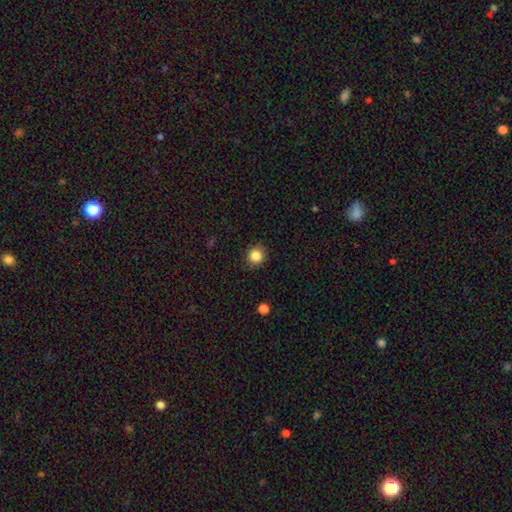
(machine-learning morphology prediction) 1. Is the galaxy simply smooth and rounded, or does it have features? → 85% smooth, 11% star or artifact, 4% featured or disk.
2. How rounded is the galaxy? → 89% round, 10% in between, 1% cigar-shaped.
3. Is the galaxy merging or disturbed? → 89% none, 8% minor disturbance, 2% major disturbance, 1% merger.